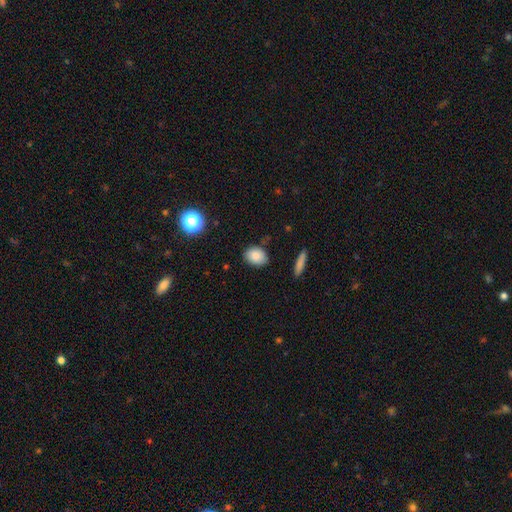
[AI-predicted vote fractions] Overall: smooth (85%). How rounded: in between (63%; round 36%). Merging: none (81%).